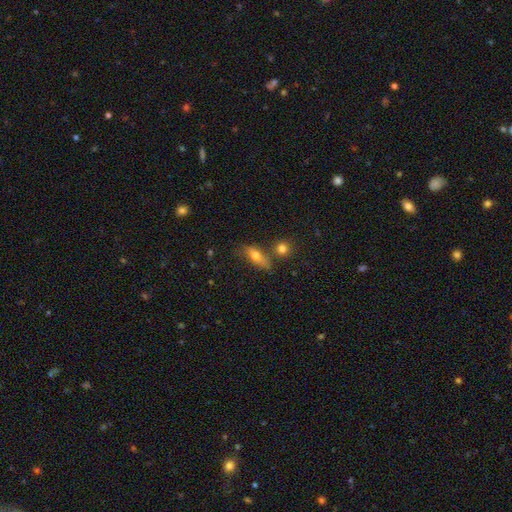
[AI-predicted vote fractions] Q: Smooth or featured?
A: smooth (66%); runner-up: featured or disk (25%)
Q: How rounded?
A: in between (65%); runner-up: cigar-shaped (29%)
Q: Merging?
A: none (58%); runner-up: minor disturbance (20%)